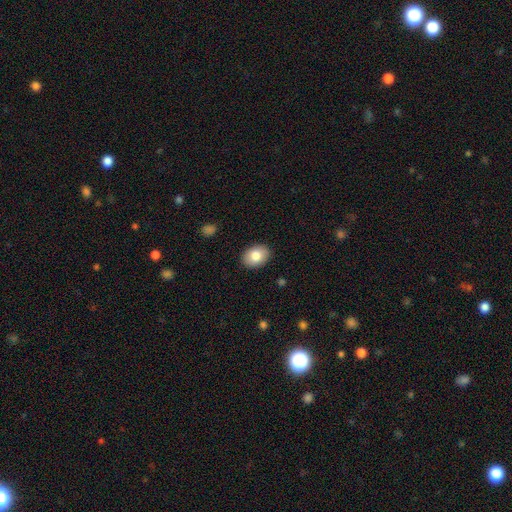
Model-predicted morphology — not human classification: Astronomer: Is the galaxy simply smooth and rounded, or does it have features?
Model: smooth — 82%.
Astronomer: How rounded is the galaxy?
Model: in between — 75%.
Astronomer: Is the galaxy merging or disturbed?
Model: none — 90%.